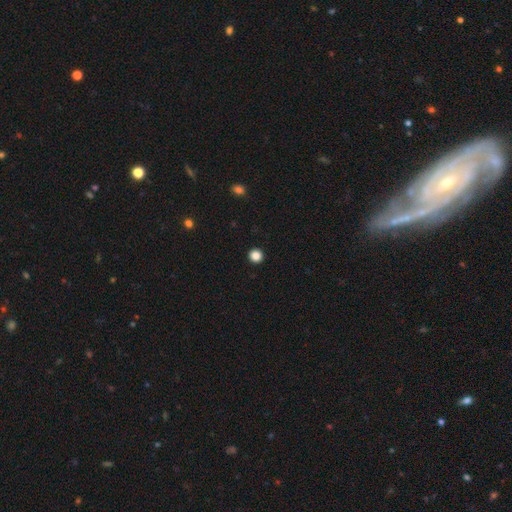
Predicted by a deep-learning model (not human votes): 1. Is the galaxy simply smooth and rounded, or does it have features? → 86% smooth, 11% star or artifact, 3% featured or disk.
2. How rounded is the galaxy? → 95% round, 4% in between, 1% cigar-shaped.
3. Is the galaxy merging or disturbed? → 94% none, 3% minor disturbance, 1% major disturbance, 1% merger.